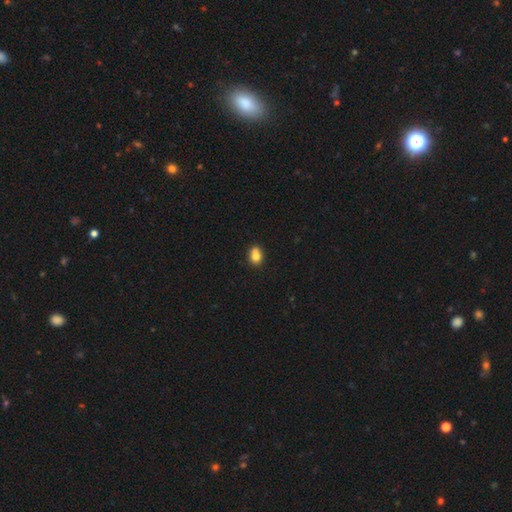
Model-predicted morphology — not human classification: Smooth or featured? Predicted: smooth (p=0.80). How rounded? Predicted: in between (p=0.59). Merging? Predicted: none (p=0.57).